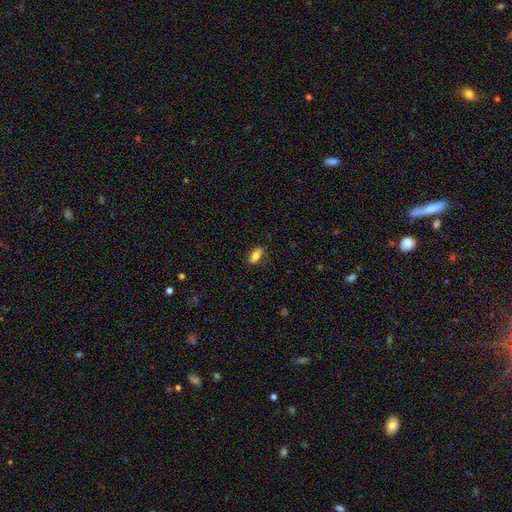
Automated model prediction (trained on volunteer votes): Morphology: type=smooth (84%); roundness=in between (83%); merging=none (83%).